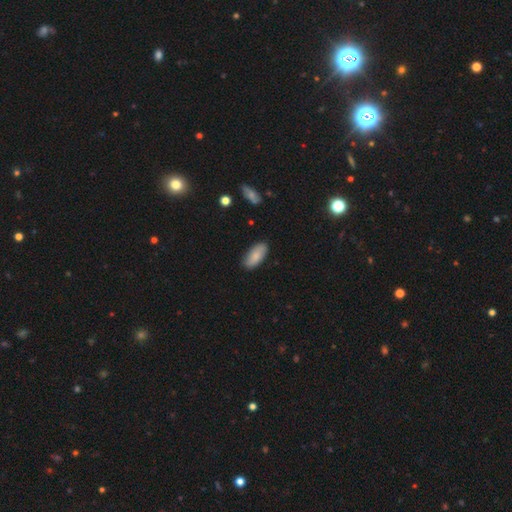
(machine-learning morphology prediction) type=smooth (83%); roundness=in between (89%); merging=none (85%).